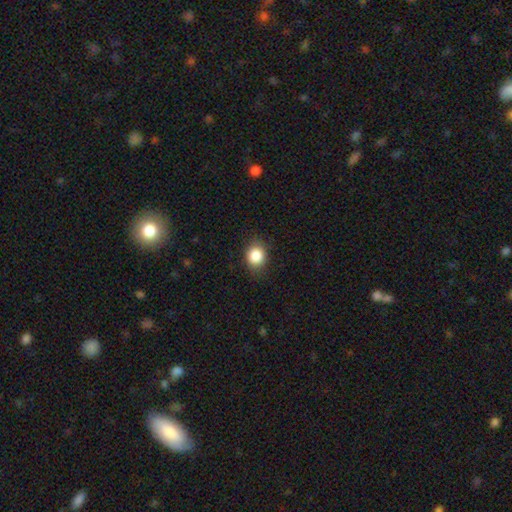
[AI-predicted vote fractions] smooth-or-featured: smooth: 86% | star or artifact: 9% | featured or disk: 5%
  how-rounded: round: 63% | in between: 36% | cigar-shaped: 1%
  merging: none: 84% | minor disturbance: 12% | major disturbance: 3% | merger: 1%